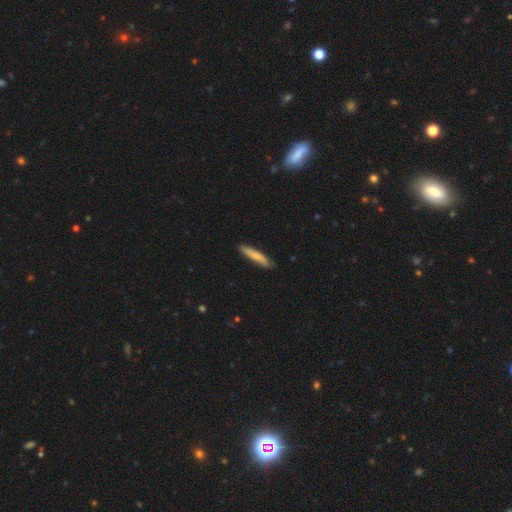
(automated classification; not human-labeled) smooth-or-featured: smooth: 72% | featured or disk: 23% | star or artifact: 5%
  how-rounded: cigar-shaped: 90% | in between: 8% | round: 1%
  merging: none: 83% | minor disturbance: 14% | major disturbance: 2% | merger: 1%